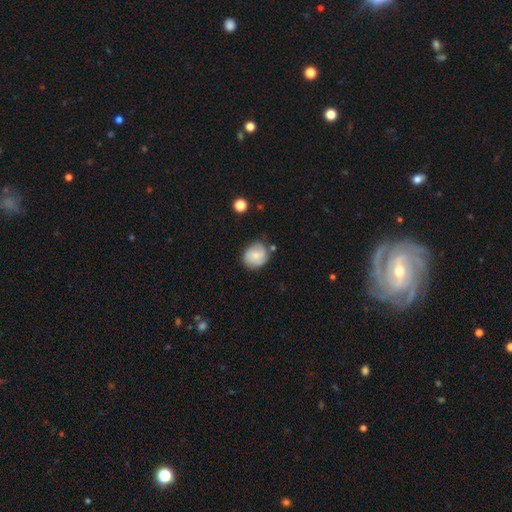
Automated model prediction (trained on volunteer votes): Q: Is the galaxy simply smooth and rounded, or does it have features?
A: smooth — 62%.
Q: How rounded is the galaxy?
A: round — 73%.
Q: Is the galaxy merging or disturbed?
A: none — 69%.